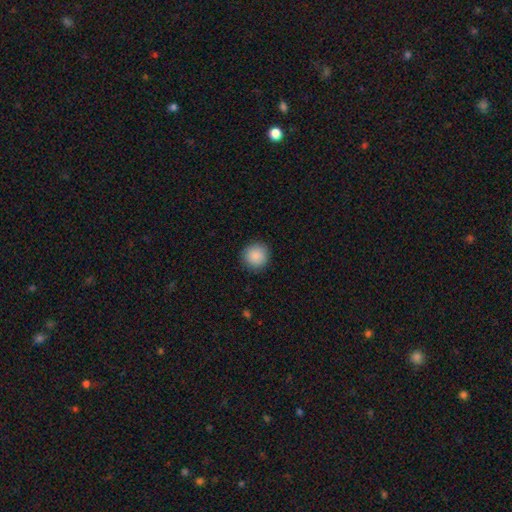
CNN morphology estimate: This is clearly a smooth galaxy (89%). How rounded: clearly round (94%). Merging: clearly none (91%).